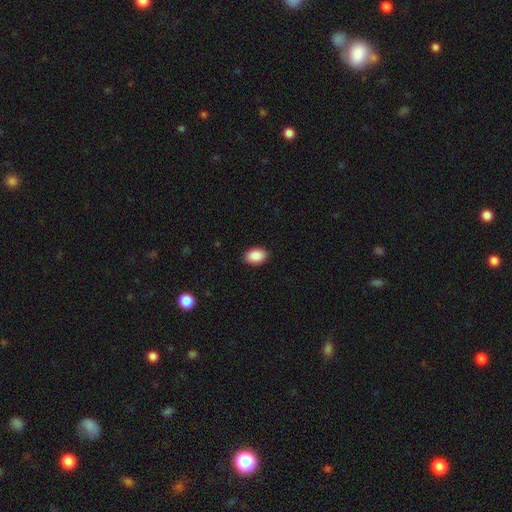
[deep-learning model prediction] Smooth or featured?
  - smooth: 90% *
  - star or artifact: 7%
  - featured or disk: 3%
How rounded?
  - in between: 87% *
  - round: 12%
  - cigar-shaped: 1%
Merging?
  - none: 90% *
  - minor disturbance: 8%
  - major disturbance: 2%
  - merger: 1%